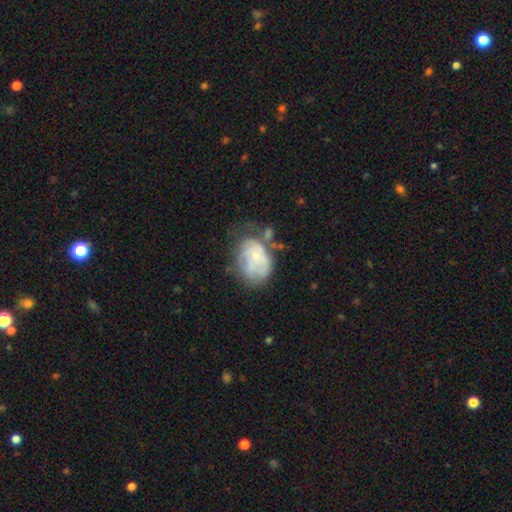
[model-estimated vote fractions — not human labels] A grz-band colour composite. It shows a featured or disk galaxy (56%) with no bar (84%), spiral arms (52%) and a small central bulge (70%). Merging: none (33%).